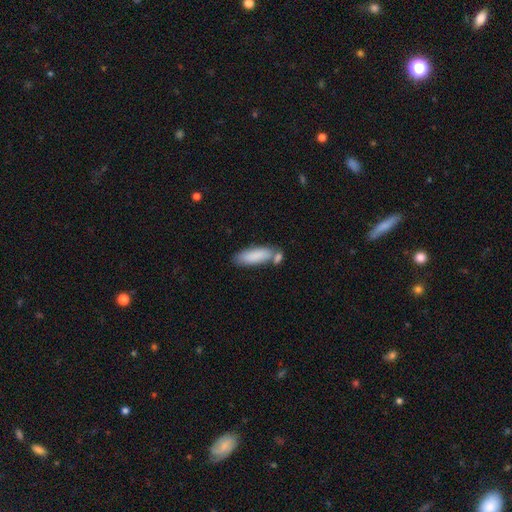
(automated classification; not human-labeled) Smooth or featured?
  - smooth: 85% *
  - featured or disk: 9%
  - star or artifact: 6%
How rounded?
  - in between: 61% *
  - cigar-shaped: 37%
  - round: 2%
Merging?
  - none: 51% *
  - merger: 30%
  - minor disturbance: 15%
  - major disturbance: 4%